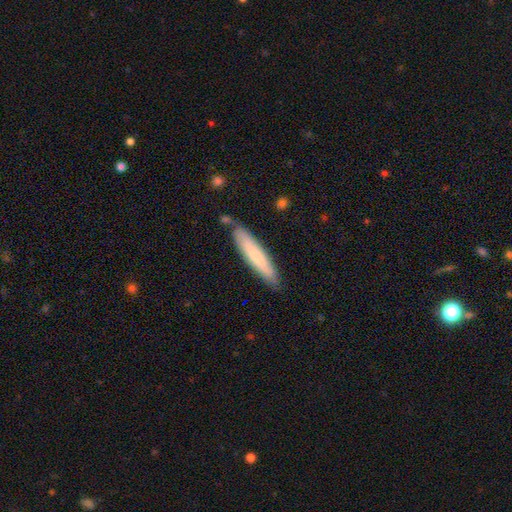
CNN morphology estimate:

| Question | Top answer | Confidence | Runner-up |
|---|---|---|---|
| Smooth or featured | smooth | 72% | featured or disk (23%) |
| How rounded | cigar-shaped | 89% | in between (10%) |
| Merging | none | 81% | minor disturbance (13%) |